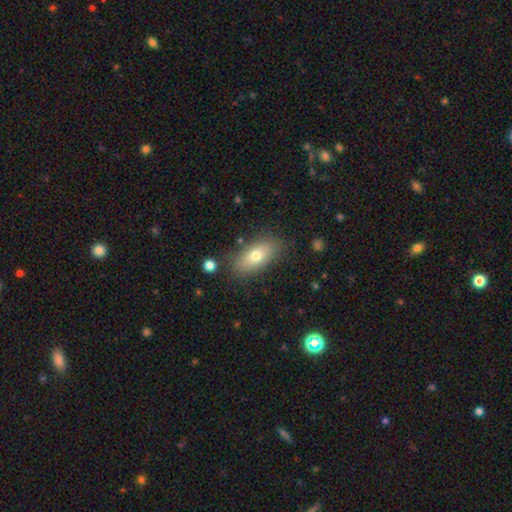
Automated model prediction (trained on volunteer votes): Q: Smooth or featured?
A: smooth (71%); runner-up: featured or disk (20%)
Q: How rounded?
A: in between (83%); runner-up: cigar-shaped (11%)
Q: Merging?
A: none (81%); runner-up: minor disturbance (12%)